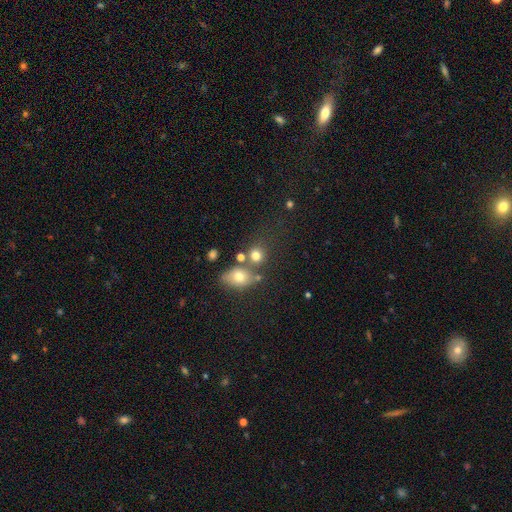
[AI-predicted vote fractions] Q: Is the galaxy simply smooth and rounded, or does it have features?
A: smooth — 74%.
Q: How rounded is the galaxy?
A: round — 74%.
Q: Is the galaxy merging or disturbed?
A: none — 57%.